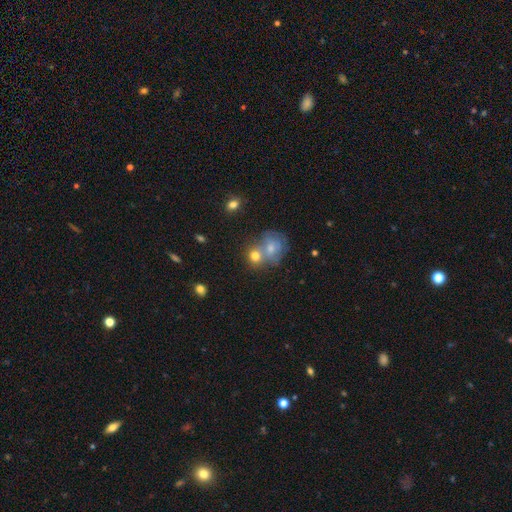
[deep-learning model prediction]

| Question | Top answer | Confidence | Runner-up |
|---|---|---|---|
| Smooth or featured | smooth | 68% | featured or disk (21%) |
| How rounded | round | 74% | in between (25%) |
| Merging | merger | 49% | none (37%) |